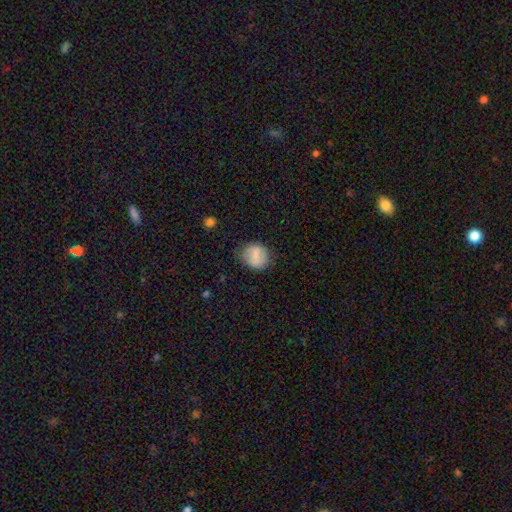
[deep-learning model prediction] Q: Smooth or featured?
A: smooth (74%); runner-up: featured or disk (18%)
Q: How rounded?
A: round (60%); runner-up: in between (38%)
Q: Merging?
A: none (76%); runner-up: minor disturbance (17%)